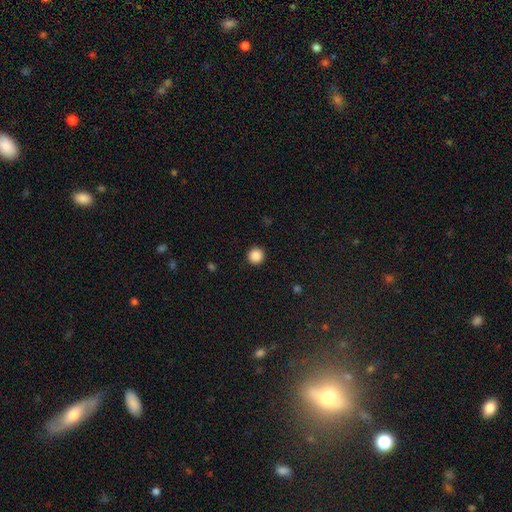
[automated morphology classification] A smooth galaxy with no disk features (88%) that is round (96%).

Vote fractions:
- Smooth or featured? smooth: 88% / star or artifact: 10% / featured or disk: 3%
- How rounded? round: 96% / in between: 3% / cigar-shaped: 1%
- Merging? none: 93% / minor disturbance: 4% / major disturbance: 2% / merger: 1%